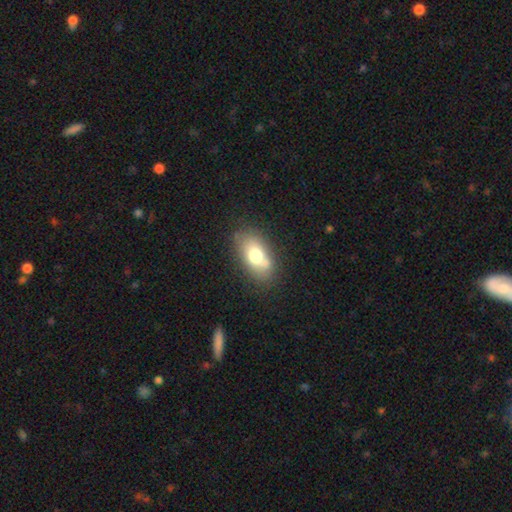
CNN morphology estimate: Smooth or featured? Predicted: smooth (p=0.70). How rounded? Predicted: in between (p=0.88). Merging? Predicted: none (p=0.67).